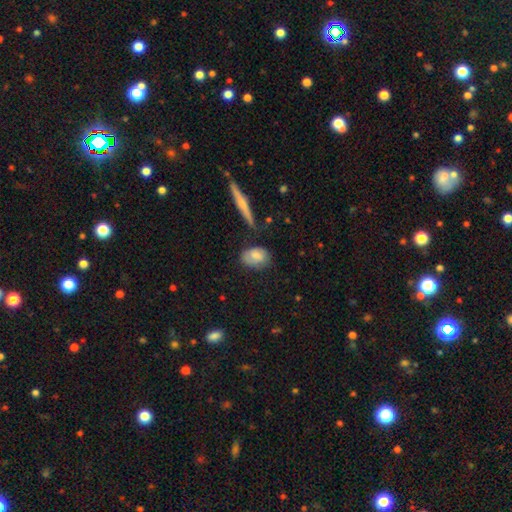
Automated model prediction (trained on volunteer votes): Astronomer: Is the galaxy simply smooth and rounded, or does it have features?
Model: smooth — 71%.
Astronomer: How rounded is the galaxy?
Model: in between — 82%.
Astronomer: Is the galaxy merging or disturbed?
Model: none — 65%.